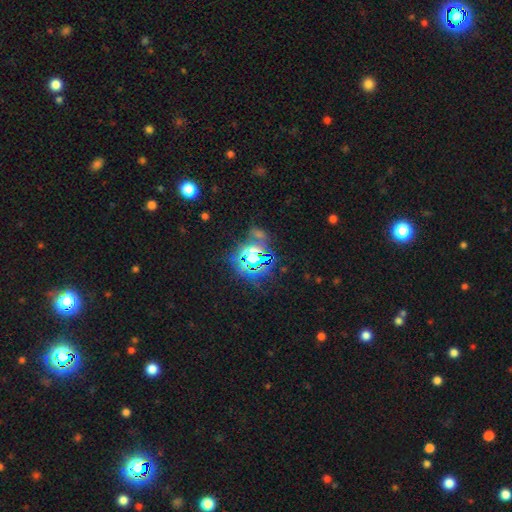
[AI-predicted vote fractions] Smooth or featured: star or artifact — 76% (smooth — 15%)